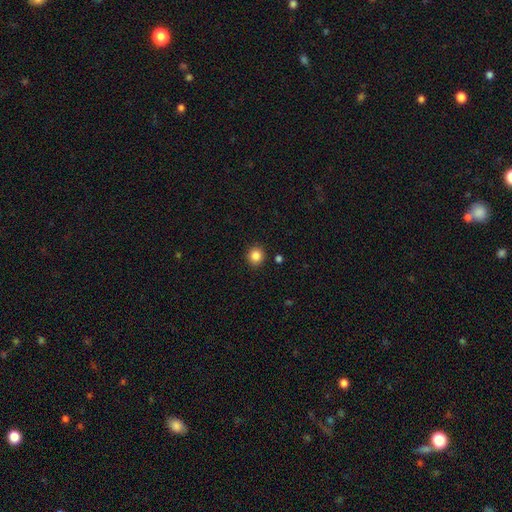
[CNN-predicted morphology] Smooth or featured? Predicted: smooth (p=0.85). How rounded? Predicted: round (p=0.91). Merging? Predicted: none (p=0.91).